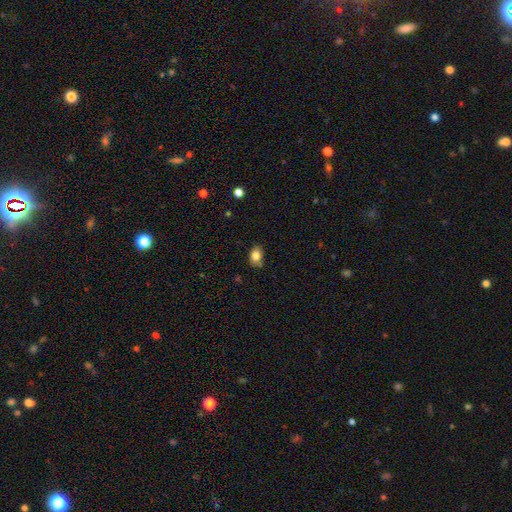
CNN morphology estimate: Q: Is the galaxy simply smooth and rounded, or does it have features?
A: smooth — 82%.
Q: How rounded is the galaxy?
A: in between — 72%.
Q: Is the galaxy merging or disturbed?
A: none — 76%.